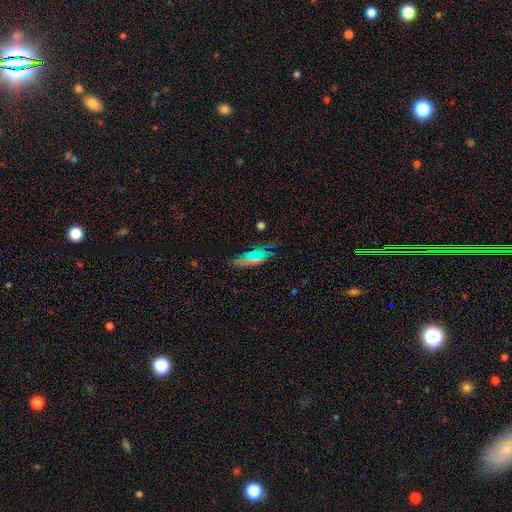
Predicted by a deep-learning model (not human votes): Morphology: type=smooth (67%); roundness=in between (71%); merging=none (77%).